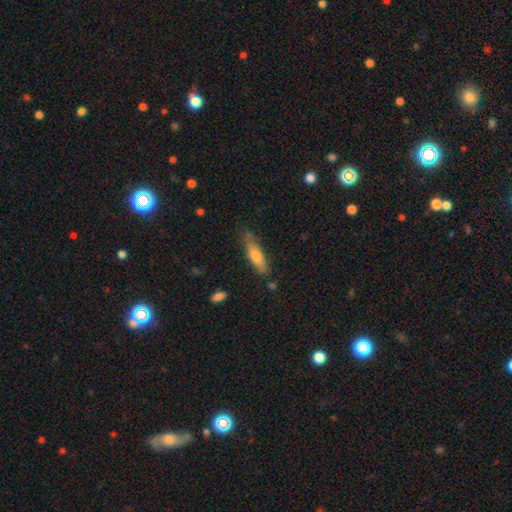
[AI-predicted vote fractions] Q: Smooth or featured?
A: smooth (71%); runner-up: featured or disk (22%)
Q: How rounded?
A: cigar-shaped (61%); runner-up: in between (37%)
Q: Merging?
A: none (66%); runner-up: minor disturbance (24%)